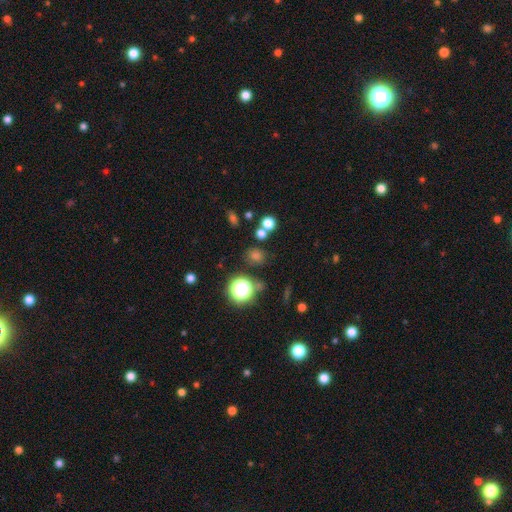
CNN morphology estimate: A smooth galaxy with no disk features (54%) that is round (80%).

Vote fractions:
- Smooth or featured? smooth: 54% / star or artifact: 39% / featured or disk: 8%
- How rounded? round: 80% / in between: 19% / cigar-shaped: 1%
- Merging? none: 78% / minor disturbance: 9% / merger: 9% / major disturbance: 4%